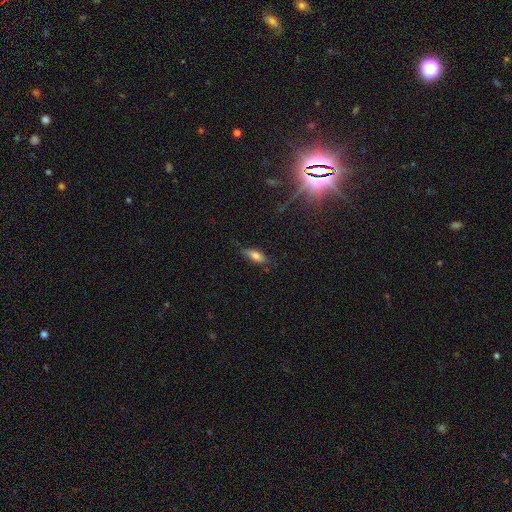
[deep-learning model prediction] A smooth galaxy with no disk features (66%) that is in between round and cigar-shaped (66%).

Vote fractions:
- Smooth or featured? smooth: 66% / featured or disk: 25% / star or artifact: 9%
- How rounded? in between: 66% / cigar-shaped: 31% / round: 3%
- Merging? none: 73% / minor disturbance: 20% / major disturbance: 5% / merger: 2%